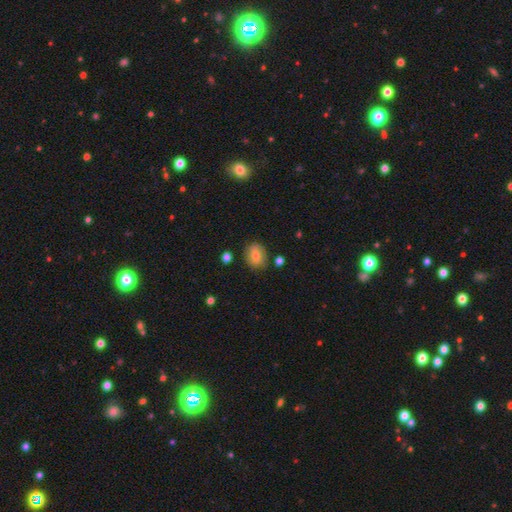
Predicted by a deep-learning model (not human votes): Overall: smooth (72%). How rounded: in between (52%; round 46%). Merging: none (79%).